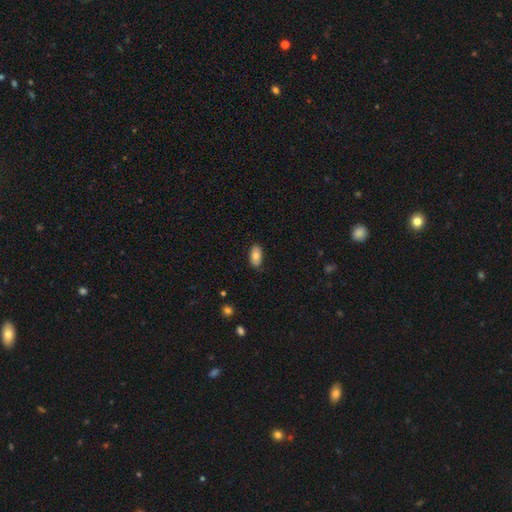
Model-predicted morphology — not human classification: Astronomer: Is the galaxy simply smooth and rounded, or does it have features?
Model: smooth — 78%.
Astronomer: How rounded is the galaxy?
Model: in between — 92%.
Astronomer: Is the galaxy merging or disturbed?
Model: none — 83%.